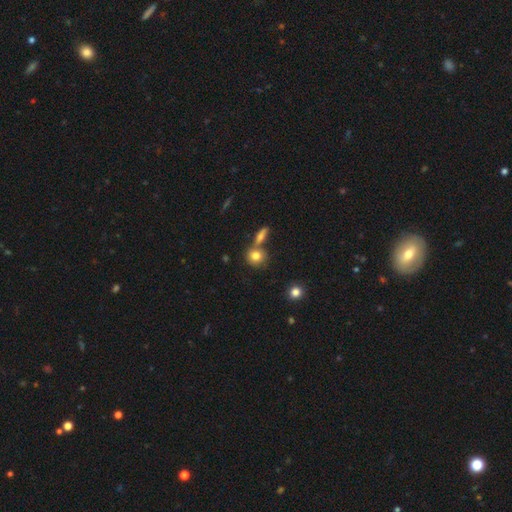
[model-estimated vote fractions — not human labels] Smooth or featured: smooth — 80% (star or artifact — 10%)
How rounded: round — 79% (in between — 18%)
Merging: none — 61% (merger — 25%)